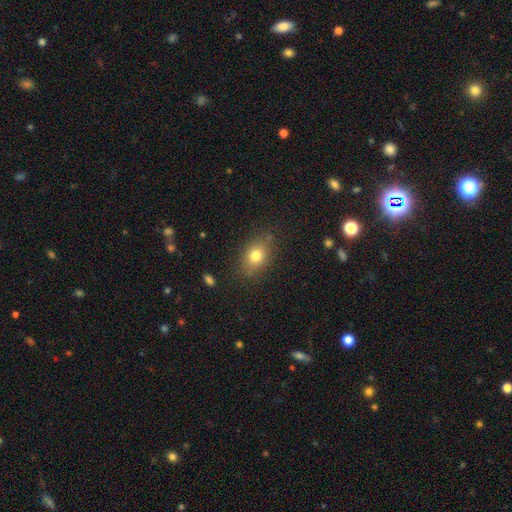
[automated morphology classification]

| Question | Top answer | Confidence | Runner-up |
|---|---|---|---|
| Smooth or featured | smooth | 77% | star or artifact (11%) |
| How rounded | in between | 64% | round (34%) |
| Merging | none | 80% | minor disturbance (14%) |